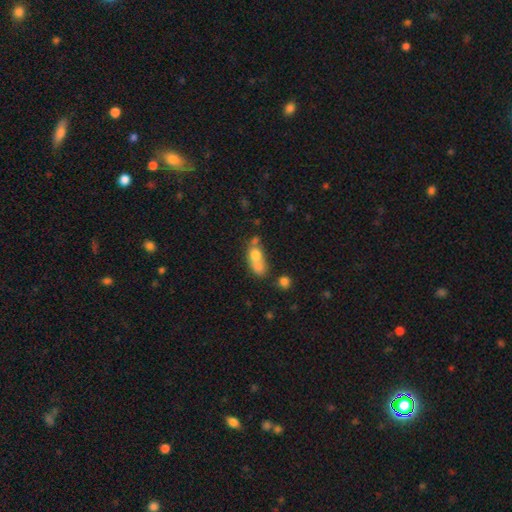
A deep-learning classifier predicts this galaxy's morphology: smooth-or-featured: smooth: 65% | featured or disk: 23% | star or artifact: 12%
  how-rounded: in between: 49% | round: 45% | cigar-shaped: 5%
  merging: merger: 61% | none: 23% | minor disturbance: 9% | major disturbance: 7%